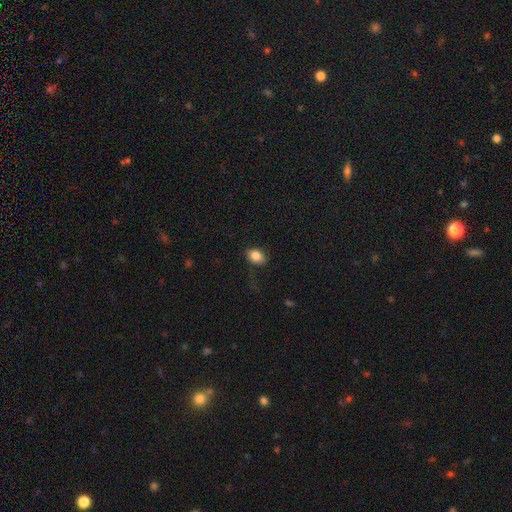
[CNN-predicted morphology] Q: Smooth or featured?
A: smooth (85%); runner-up: star or artifact (9%)
Q: How rounded?
A: in between (79%); runner-up: round (20%)
Q: Merging?
A: none (77%); runner-up: minor disturbance (16%)